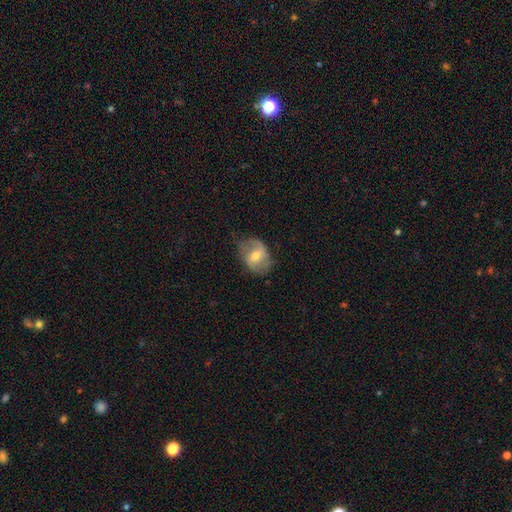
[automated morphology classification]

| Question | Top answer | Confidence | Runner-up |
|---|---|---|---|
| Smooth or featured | featured or disk | 64% | smooth (30%) |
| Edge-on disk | no | 96% | yes (4%) |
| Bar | weak | 48% | no (28%) |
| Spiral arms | yes | 82% | no (18%) |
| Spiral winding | medium | 43% | loose (41%) |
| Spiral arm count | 2 | 82% | can't tell (9%) |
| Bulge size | moderate | 59% | small (35%) |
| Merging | none | 68% | minor disturbance (22%) |